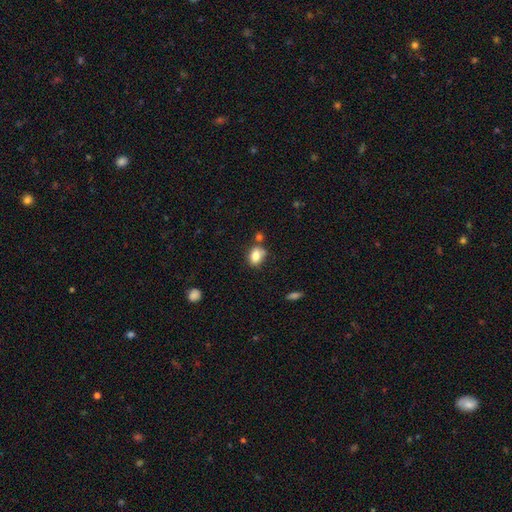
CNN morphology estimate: A smooth galaxy with no disk features (81%) that is in between round and cigar-shaped (71%).

Vote fractions:
- Smooth or featured? smooth: 81% / featured or disk: 9% / star or artifact: 9%
- How rounded? in between: 71% / round: 28% / cigar-shaped: 1%
- Merging? none: 61% / minor disturbance: 19% / merger: 15% / major disturbance: 5%